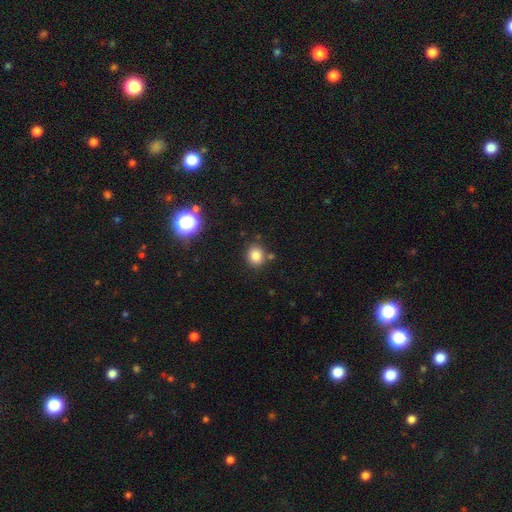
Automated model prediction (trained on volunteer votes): The model was most divided on "how rounded": round: 74%, in between: 25%, cigar-shaped: 1%. More confident: merging — none (81%); smooth or featured — smooth (81%).